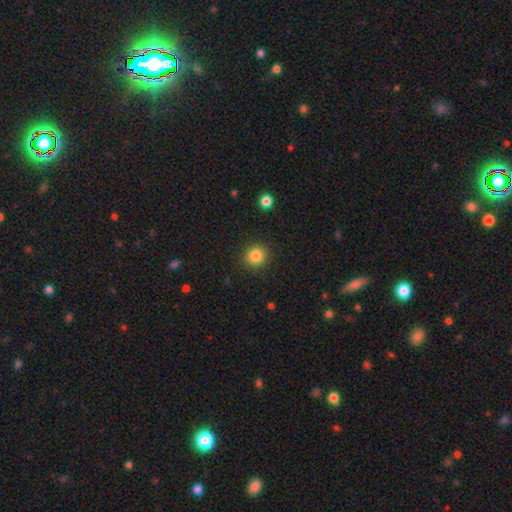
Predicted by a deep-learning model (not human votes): Smooth or featured: smooth — 85% (star or artifact — 11%)
How rounded: round — 90% (in between — 9%)
Merging: none — 90% (minor disturbance — 7%)